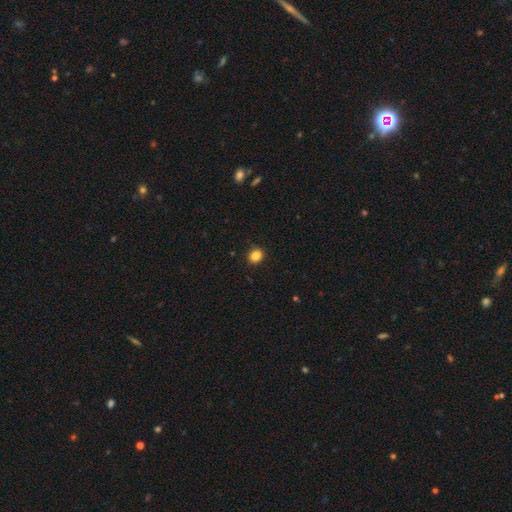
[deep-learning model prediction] This appears to be a smooth galaxy with no disk features (85%) that is round (63%). Merging: none (89%).